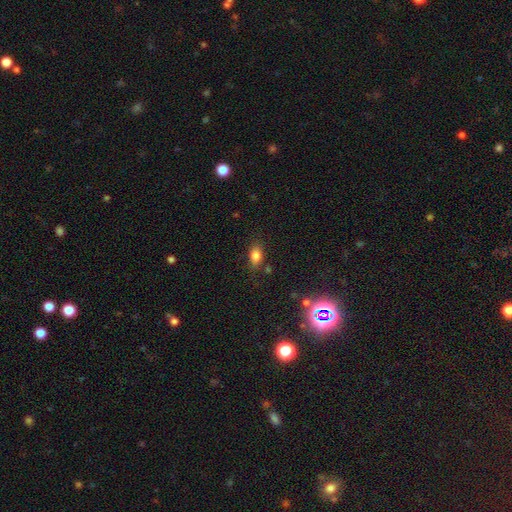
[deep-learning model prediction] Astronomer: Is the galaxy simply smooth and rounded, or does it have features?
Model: smooth — 80%.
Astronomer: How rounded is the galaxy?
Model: in between — 82%.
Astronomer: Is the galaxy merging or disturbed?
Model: none — 78%.